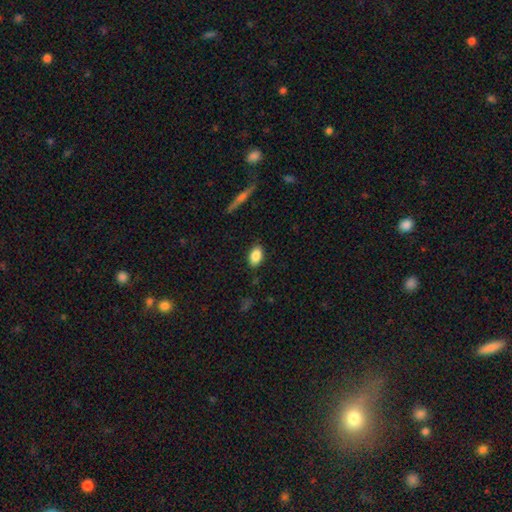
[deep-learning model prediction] Overall: smooth (87%). How rounded: in between (89%). Merging: none (86%).